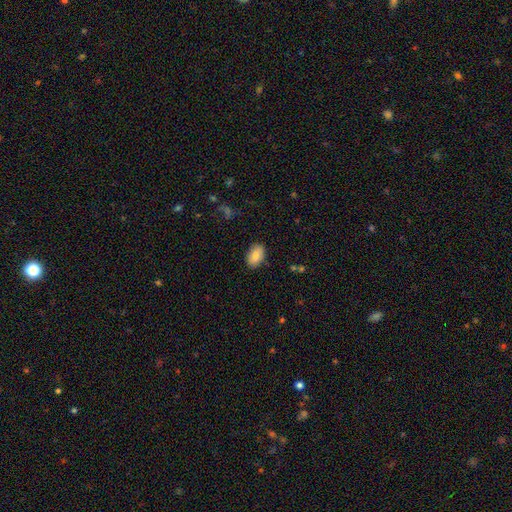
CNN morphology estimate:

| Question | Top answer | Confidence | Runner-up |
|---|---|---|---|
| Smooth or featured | smooth | 81% | featured or disk (12%) |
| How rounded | in between | 91% | round (7%) |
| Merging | none | 86% | minor disturbance (11%) |